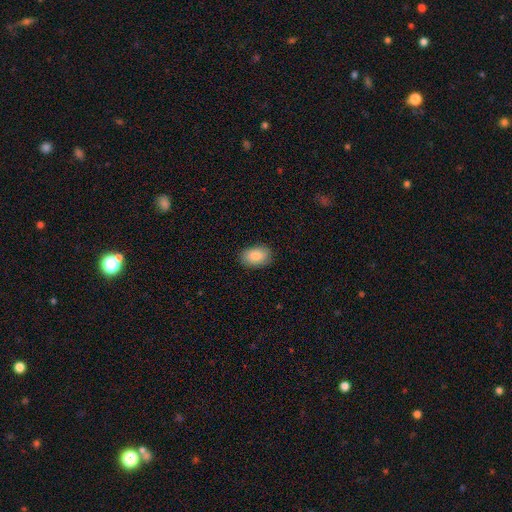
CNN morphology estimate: Smooth or featured? smooth (88%)
How rounded? in between (89%)
Merging? none (87%)